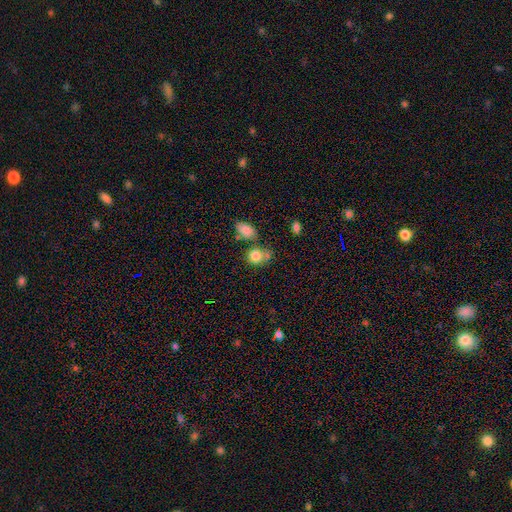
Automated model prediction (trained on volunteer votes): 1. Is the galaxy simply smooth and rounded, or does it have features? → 82% smooth, 10% star or artifact, 8% featured or disk.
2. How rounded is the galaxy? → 62% round, 36% in between, 1% cigar-shaped.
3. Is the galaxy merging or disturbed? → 46% none, 30% merger, 16% minor disturbance, 7% major disturbance.